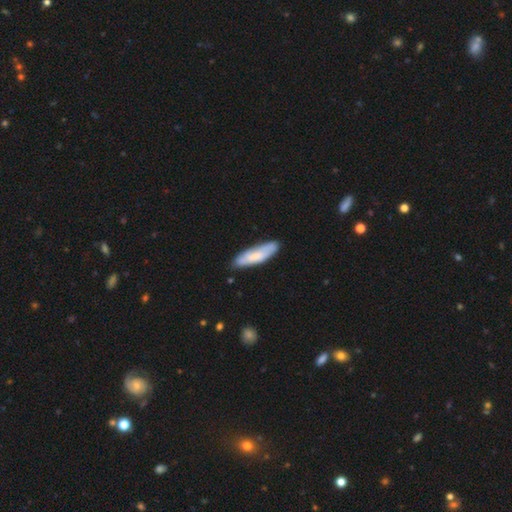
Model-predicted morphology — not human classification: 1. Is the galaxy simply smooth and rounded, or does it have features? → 68% smooth, 26% featured or disk, 6% star or artifact.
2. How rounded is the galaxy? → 62% cigar-shaped, 36% in between, 1% round.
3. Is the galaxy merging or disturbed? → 78% none, 17% minor disturbance, 3% major disturbance, 2% merger.